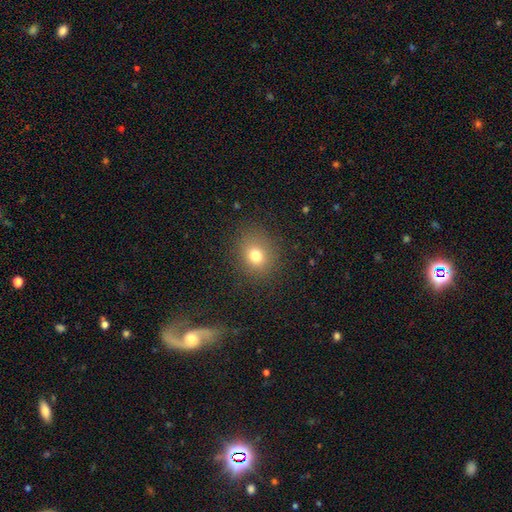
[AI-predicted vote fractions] Smooth or featured: smooth — 75% (star or artifact — 15%)
How rounded: round — 71% (in between — 28%)
Merging: none — 85% (minor disturbance — 9%)